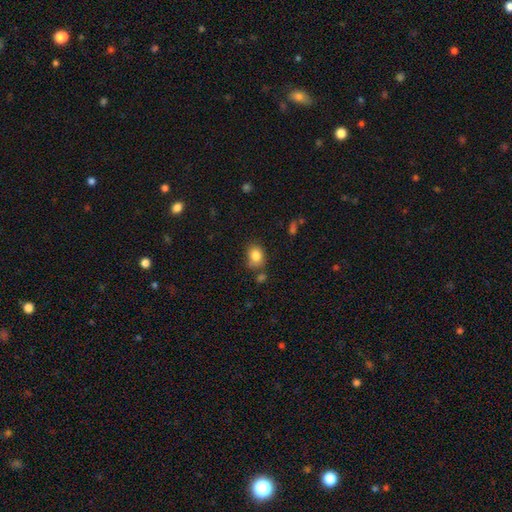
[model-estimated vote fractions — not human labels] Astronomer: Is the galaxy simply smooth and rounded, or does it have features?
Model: smooth — 83%.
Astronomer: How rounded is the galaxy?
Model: in between — 53% (runner-up: round, 46%).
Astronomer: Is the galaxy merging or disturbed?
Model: none — 69%.